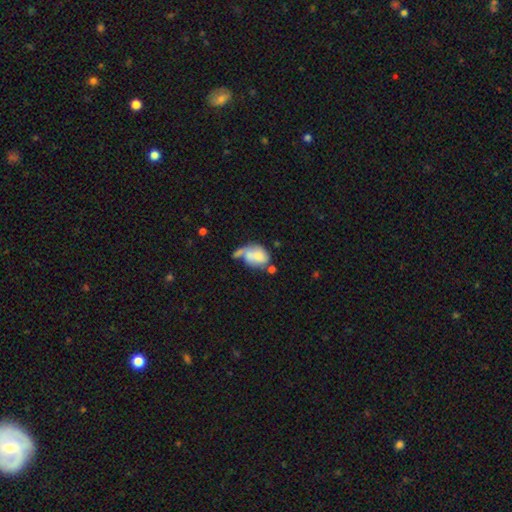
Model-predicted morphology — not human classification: Smooth or featured? smooth (61%)
How rounded? in between (77%)
Merging? merger (37%)